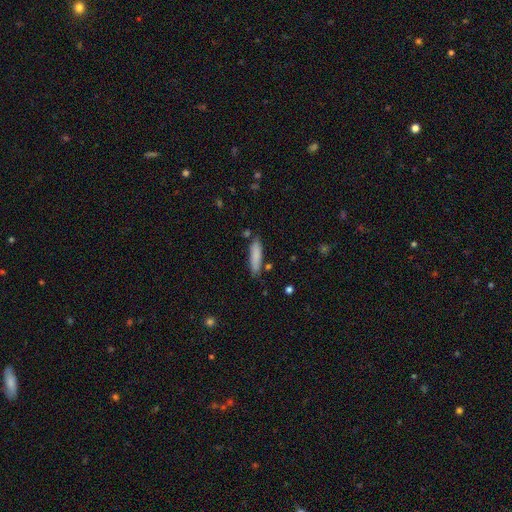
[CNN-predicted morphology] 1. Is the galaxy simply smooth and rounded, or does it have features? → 83% smooth, 11% featured or disk, 6% star or artifact.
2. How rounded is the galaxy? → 74% cigar-shaped, 25% in between, 1% round.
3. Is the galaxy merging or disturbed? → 80% none, 13% minor disturbance, 4% merger, 3% major disturbance.